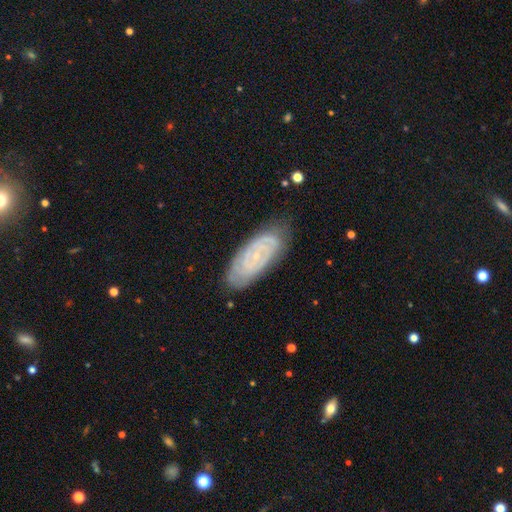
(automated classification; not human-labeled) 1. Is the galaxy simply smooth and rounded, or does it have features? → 67% featured or disk, 23% smooth, 9% star or artifact.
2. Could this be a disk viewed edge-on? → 90% no, 10% yes.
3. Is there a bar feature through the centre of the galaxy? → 72% no, 23% weak, 6% strong.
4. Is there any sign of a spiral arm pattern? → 85% yes, 15% no.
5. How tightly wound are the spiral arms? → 73% tight, 21% medium, 6% loose.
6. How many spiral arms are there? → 50% can't tell, 27% 2, 9% 3, 5% 4, 4% 1, 4% more than 4.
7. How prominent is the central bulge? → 83% small, 8% moderate, 7% none, 1% large, 1% dominant.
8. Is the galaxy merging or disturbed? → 79% none, 16% minor disturbance, 4% major disturbance, 1% merger.